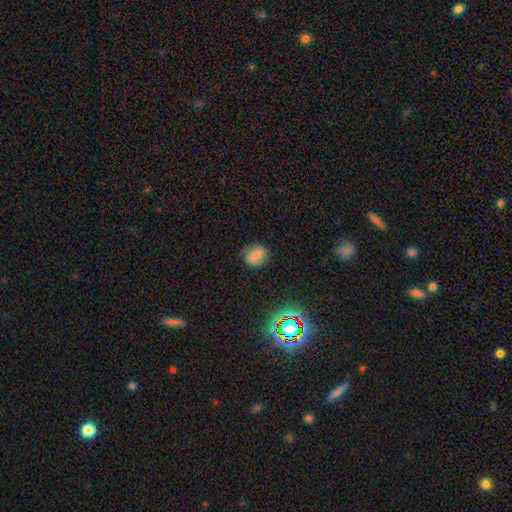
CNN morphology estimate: Smooth or featured? Predicted: smooth (p=0.70). How rounded? Predicted: round (p=0.64). Merging? Predicted: none (p=0.78).